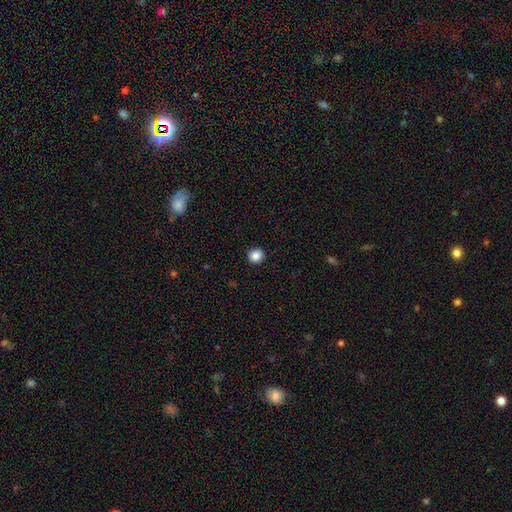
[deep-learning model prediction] Morphology: type=smooth (87%); roundness=round (91%); merging=none (92%).